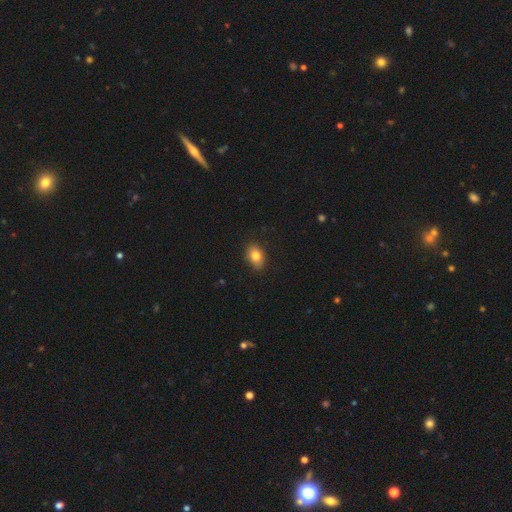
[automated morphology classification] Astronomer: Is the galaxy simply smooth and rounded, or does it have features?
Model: smooth — 82%.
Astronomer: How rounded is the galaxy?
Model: in between — 82%.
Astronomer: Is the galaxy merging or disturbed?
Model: none — 86%.